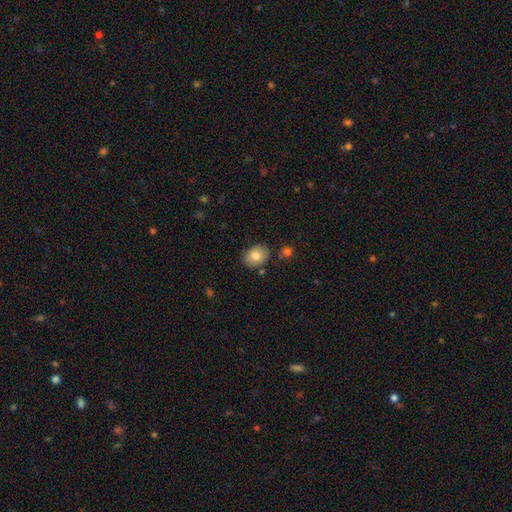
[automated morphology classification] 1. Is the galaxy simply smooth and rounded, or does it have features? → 80% smooth, 12% featured or disk, 8% star or artifact.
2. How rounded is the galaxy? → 68% in between, 32% round, 1% cigar-shaped.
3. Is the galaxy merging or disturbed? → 82% none, 11% minor disturbance, 4% merger, 2% major disturbance.